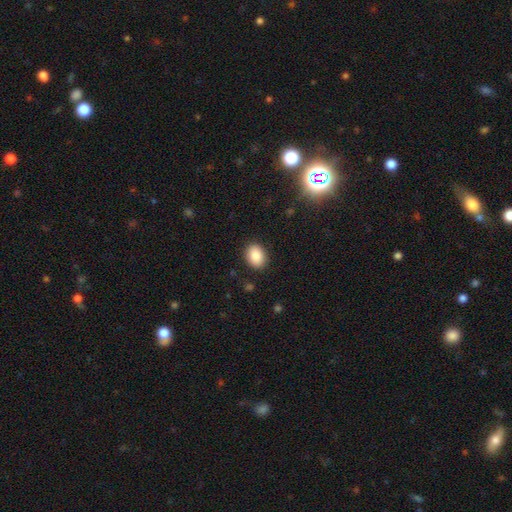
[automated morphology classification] smooth 87%, star or artifact 8%, featured or disk 5%. Down the decision tree: how rounded — in between (66%); merging — none (89%).